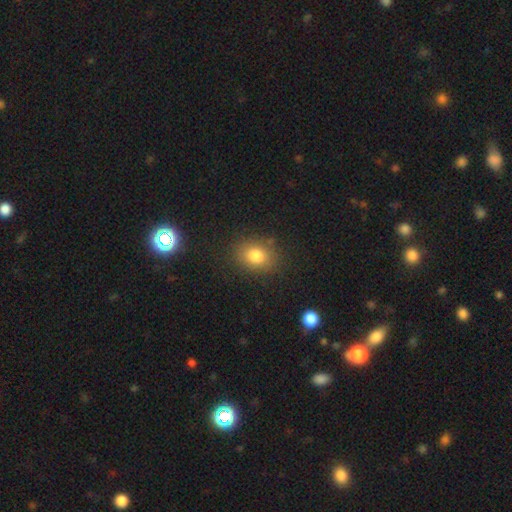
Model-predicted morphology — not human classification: This appears to be a smooth galaxy with no disk features (81%) that is in between round and cigar-shaped (53%). Merging: none (82%).